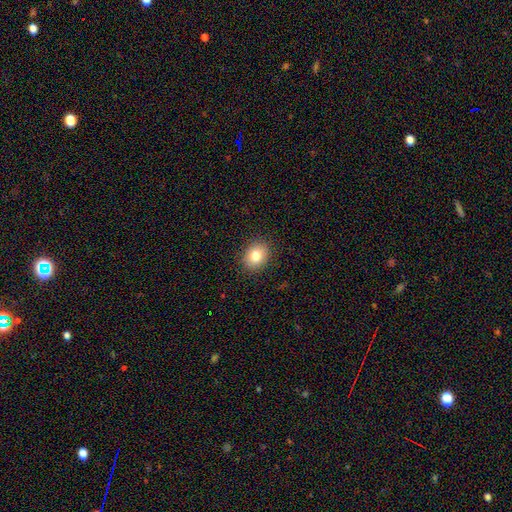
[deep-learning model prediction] Morphology: type=smooth (81%); roundness=round (51%); merging=none (89%).